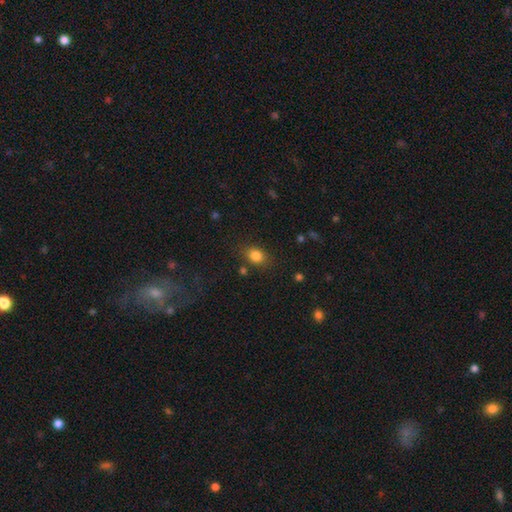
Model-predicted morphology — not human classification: Smooth or featured?
  - smooth: 83% *
  - star or artifact: 11%
  - featured or disk: 6%
How rounded?
  - in between: 56% *
  - round: 43%
  - cigar-shaped: 1%
Merging?
  - none: 79% *
  - minor disturbance: 13%
  - major disturbance: 4%
  - merger: 4%